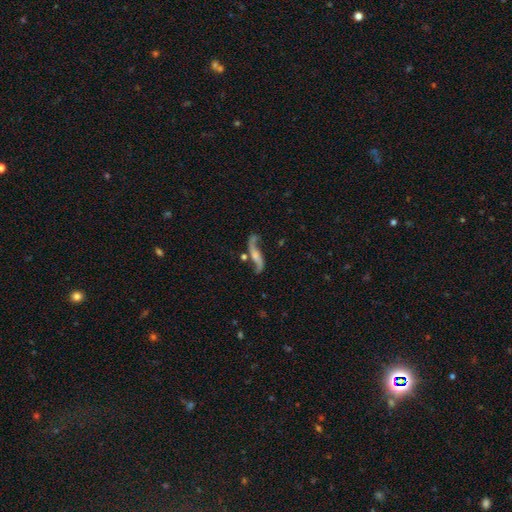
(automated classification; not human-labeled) featured or disk 79%, smooth 14%, star or artifact 6%. Down the decision tree: edge-on disk — no (86%); bar — no (54%); spiral arms — yes (93%); spiral arm count — 2 (91%); spiral winding — loose (90%); bulge size — small (38%); merging — none (58%).